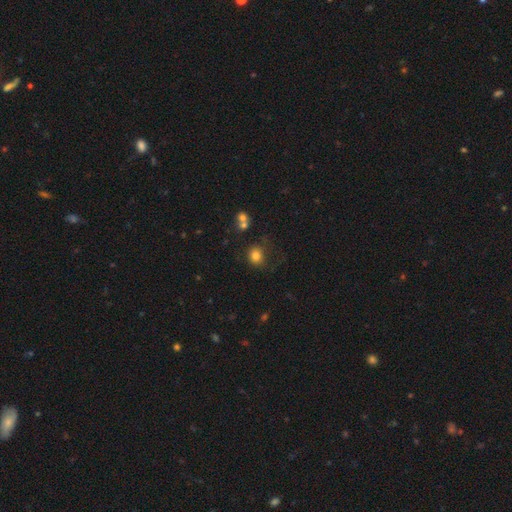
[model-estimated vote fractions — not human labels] Smooth or featured? smooth (79%)
How rounded? round (72%)
Merging? none (66%)